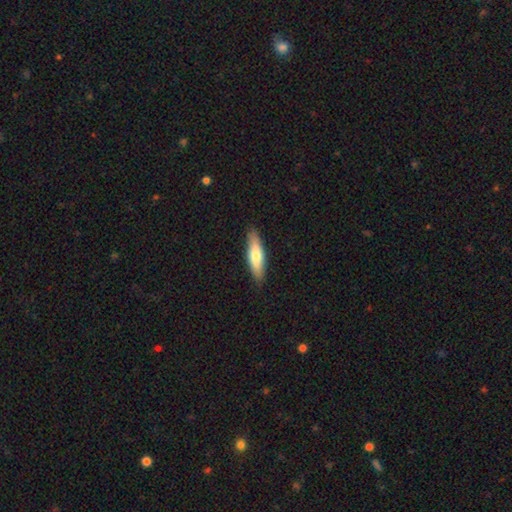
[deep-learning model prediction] Morphology: type=smooth (68%); roundness=cigar-shaped (63%); merging=none (87%).